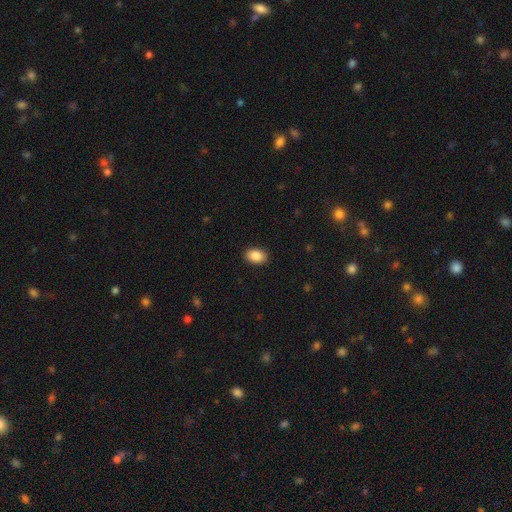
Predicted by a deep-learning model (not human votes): This appears to be a smooth galaxy with no disk features (88%) that is in between round and cigar-shaped (83%). Merging: none (89%).